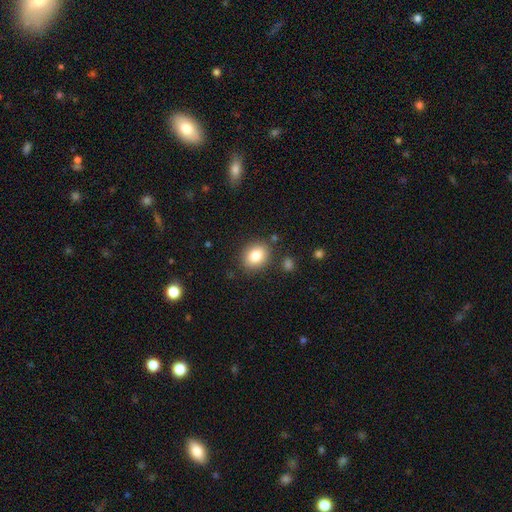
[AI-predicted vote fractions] Q: Smooth or featured?
A: smooth (82%); runner-up: star or artifact (9%)
Q: How rounded?
A: round (50%); runner-up: in between (49%)
Q: Merging?
A: none (84%); runner-up: minor disturbance (10%)